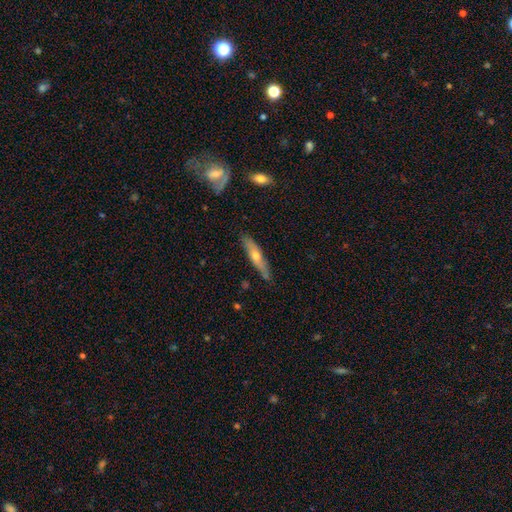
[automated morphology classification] Smooth or featured? Predicted: featured or disk (p=0.53). Edge-on disk? Predicted: yes (p=0.82). Merging? Predicted: none (p=0.83).